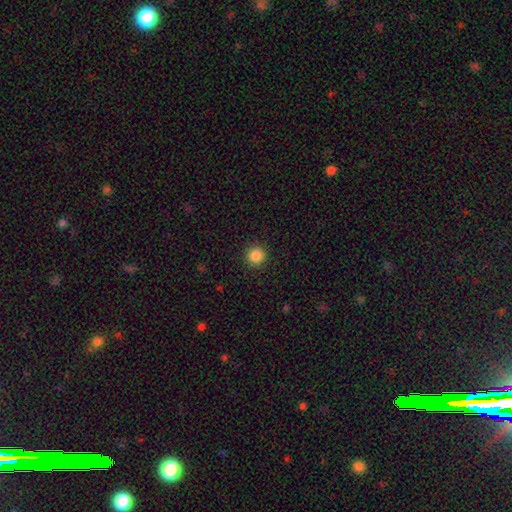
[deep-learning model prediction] smooth_or_featured: smooth (p=0.87) [alt: star or artifact p=0.10]
how_rounded: round (p=0.95) [alt: in between p=0.04]
merging: none (p=0.92) [alt: minor disturbance p=0.05]